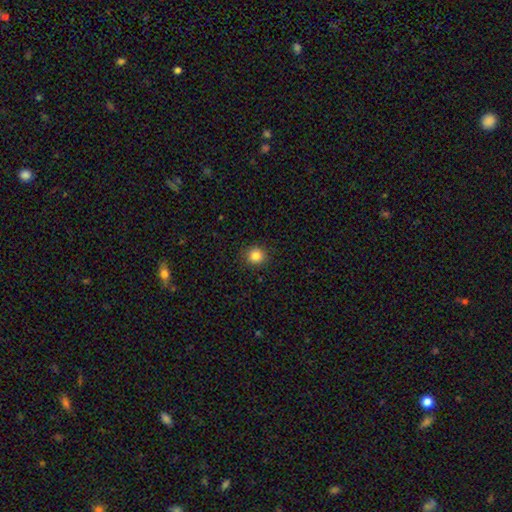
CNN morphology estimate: This is clearly a smooth galaxy (84%). How rounded: clearly round (91%). Merging: clearly none (90%).